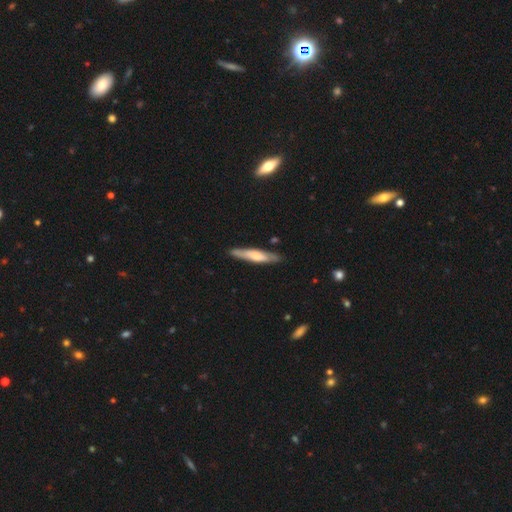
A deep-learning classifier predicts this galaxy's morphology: This appears to be a smooth galaxy with no disk features (52%) that is cigar-shaped (88%). Merging: none (85%).